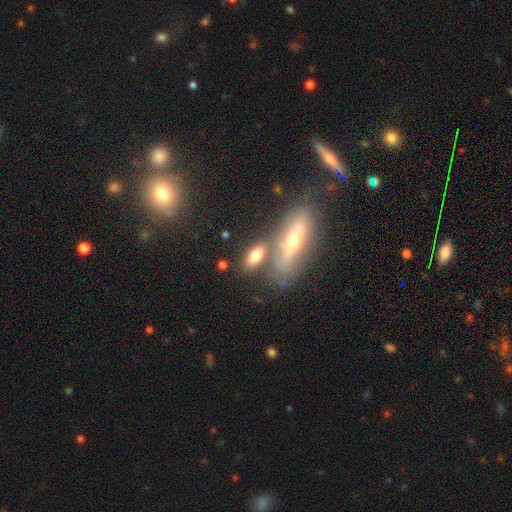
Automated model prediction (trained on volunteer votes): Morphology: type=smooth (70%); roundness=in between (74%); merging=none (59%).